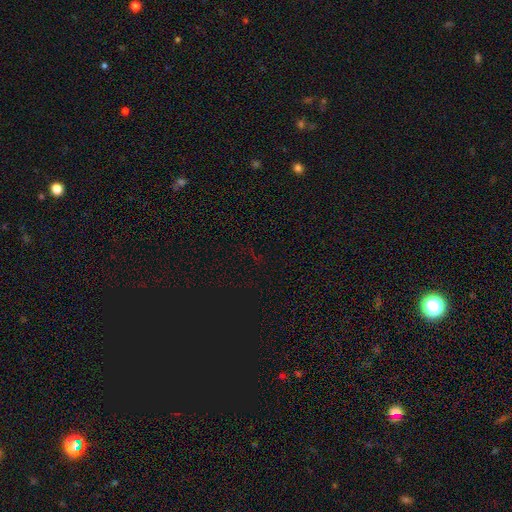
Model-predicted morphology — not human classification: The model was most divided on "smooth or featured": star or artifact: 76%, smooth: 16%, featured or disk: 8%.